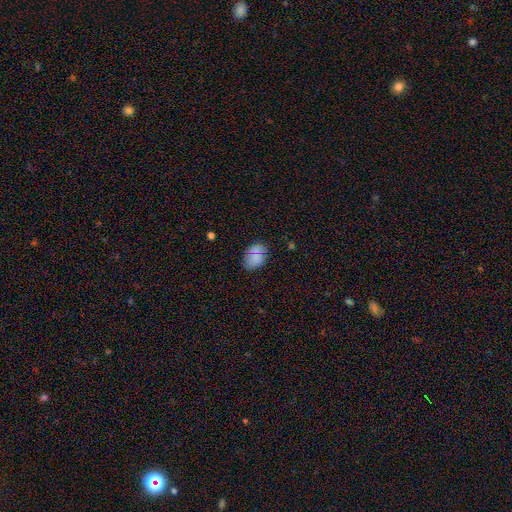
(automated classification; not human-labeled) smooth_or_featured: smooth (p=0.77) [alt: star or artifact p=0.15]
how_rounded: in between (p=0.77) [alt: round p=0.21]
merging: none (p=0.78) [alt: minor disturbance p=0.16]